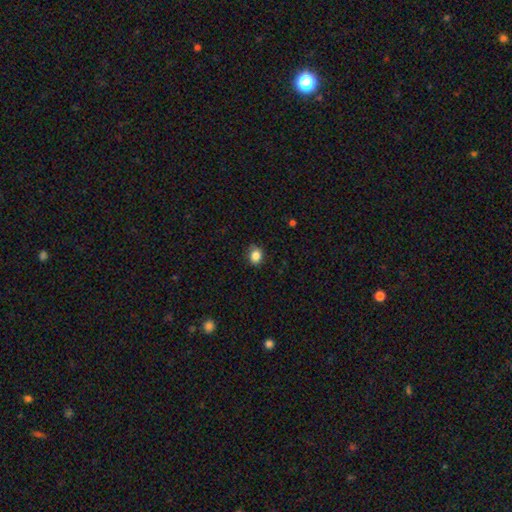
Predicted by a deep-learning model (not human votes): Smooth or featured?
  - smooth: 85% *
  - star or artifact: 10%
  - featured or disk: 5%
How rounded?
  - round: 61% *
  - in between: 38%
  - cigar-shaped: 1%
Merging?
  - none: 81% *
  - minor disturbance: 15%
  - major disturbance: 3%
  - merger: 1%